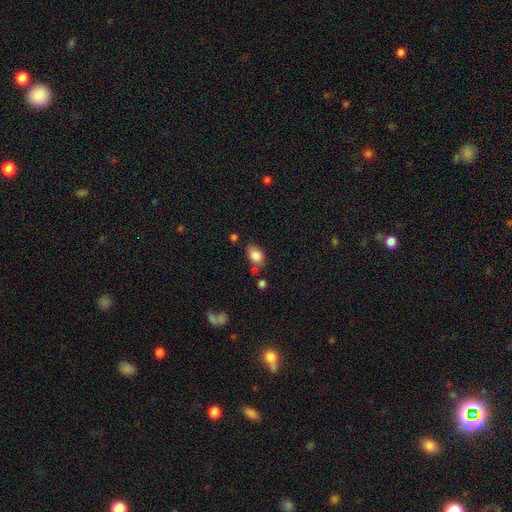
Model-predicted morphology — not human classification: The model was most divided on "merging": none: 60%, minor disturbance: 23%, merger: 10%, major disturbance: 7%. More confident: smooth or featured — smooth (85%); how rounded — in between (84%).